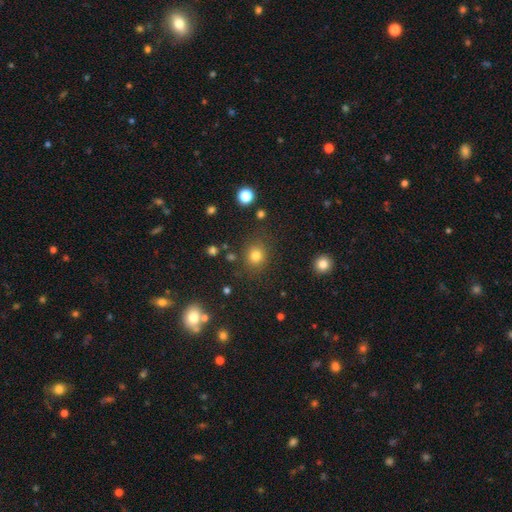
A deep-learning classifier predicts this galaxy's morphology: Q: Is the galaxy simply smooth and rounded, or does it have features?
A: smooth — 79%.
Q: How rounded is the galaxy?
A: round — 83%.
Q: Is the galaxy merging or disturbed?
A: none — 83%.